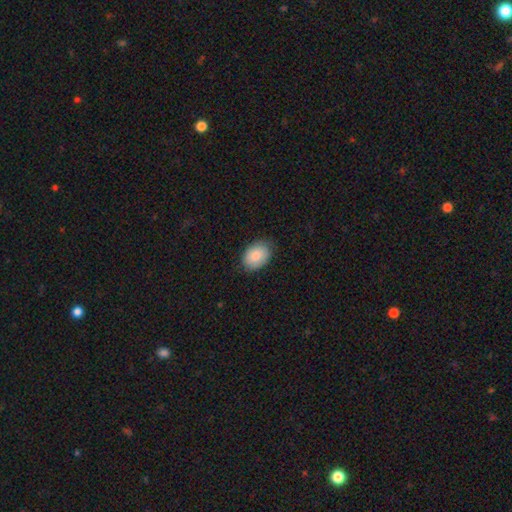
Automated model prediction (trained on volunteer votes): A smooth galaxy with no disk features (85%) that is in between round and cigar-shaped (82%).

Vote fractions:
- Smooth or featured? smooth: 85% / featured or disk: 8% / star or artifact: 6%
- How rounded? in between: 82% / round: 17% / cigar-shaped: 1%
- Merging? none: 80% / minor disturbance: 16% / major disturbance: 3% / merger: 1%